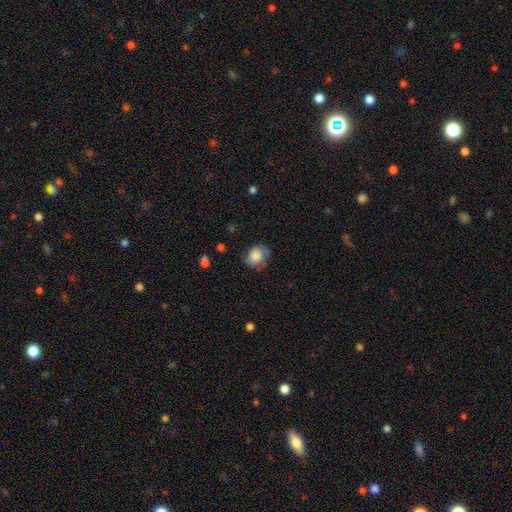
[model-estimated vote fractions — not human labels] smooth 78%, featured or disk 14%, star or artifact 8%. Down the decision tree: how rounded — round (61%); merging — none (62%).